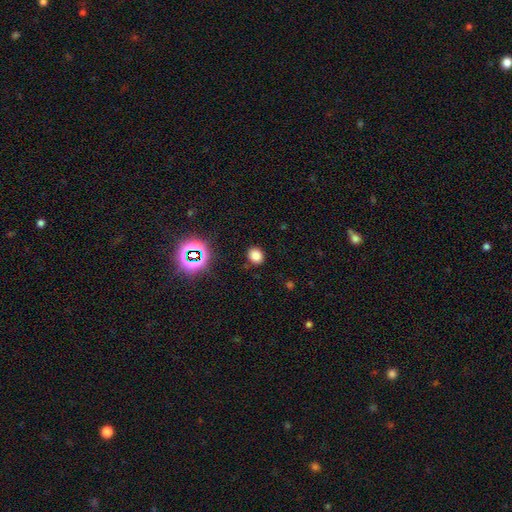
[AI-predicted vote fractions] Smooth or featured? smooth (77%)
How rounded? round (60%)
Merging? none (86%)